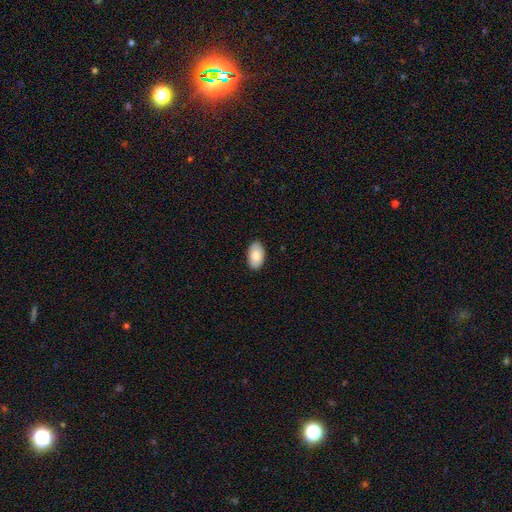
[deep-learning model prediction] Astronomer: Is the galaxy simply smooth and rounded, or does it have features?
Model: smooth — 78%.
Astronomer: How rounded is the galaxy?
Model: in between — 93%.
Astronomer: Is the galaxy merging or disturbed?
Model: none — 88%.